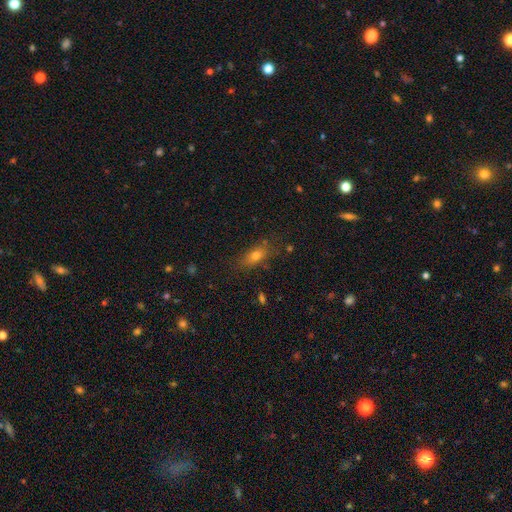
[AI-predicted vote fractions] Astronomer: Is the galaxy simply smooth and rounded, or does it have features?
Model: smooth — 69%.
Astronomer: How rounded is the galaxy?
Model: in between — 71%.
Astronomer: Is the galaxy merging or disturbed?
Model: none — 75%.